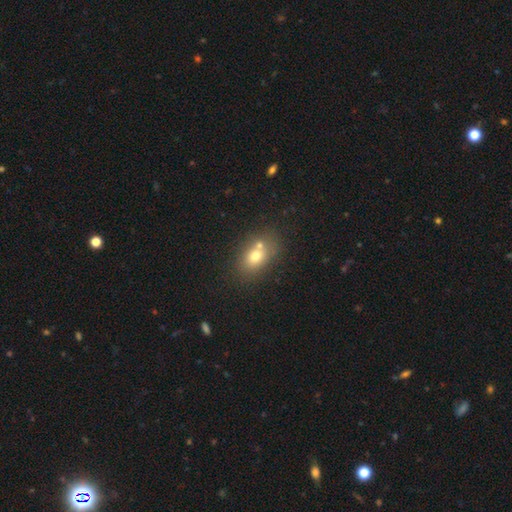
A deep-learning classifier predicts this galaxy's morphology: Smooth or featured? smooth (70%)
How rounded? in between (71%)
Merging? none (51%)